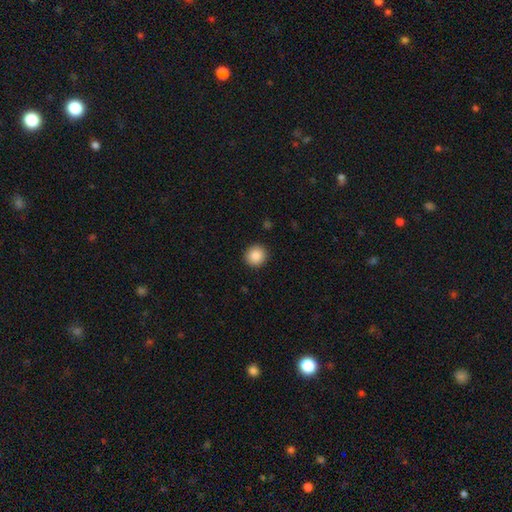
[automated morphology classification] This is clearly a smooth galaxy (87%). How rounded: clearly round (93%). Merging: clearly none (92%).